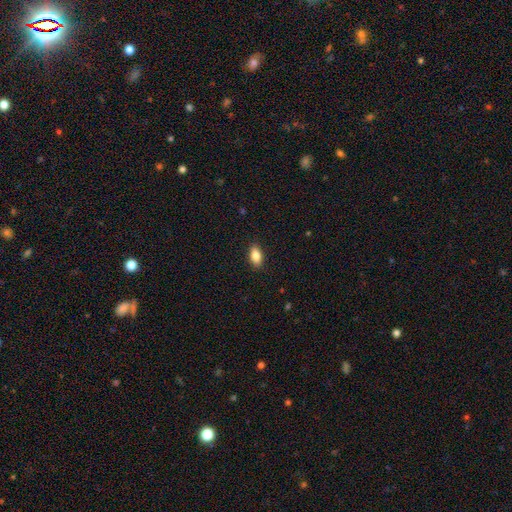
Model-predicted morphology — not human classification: A smooth galaxy with no disk features (84%) that is in between round and cigar-shaped (90%). Merging: none (89%).